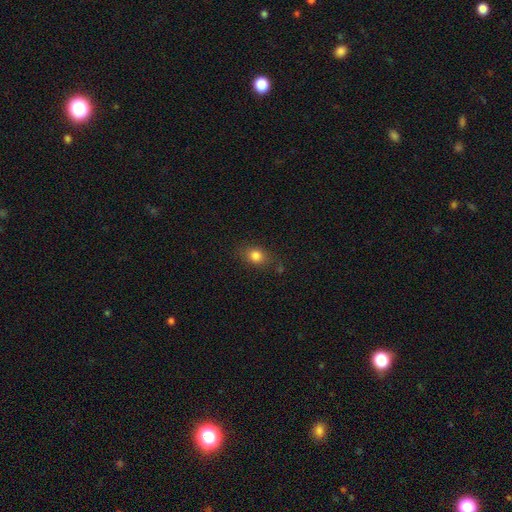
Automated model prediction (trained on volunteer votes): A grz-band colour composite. It shows a smooth galaxy with no disk features (81%) that is in between round and cigar-shaped (58%). Merging: none (78%).